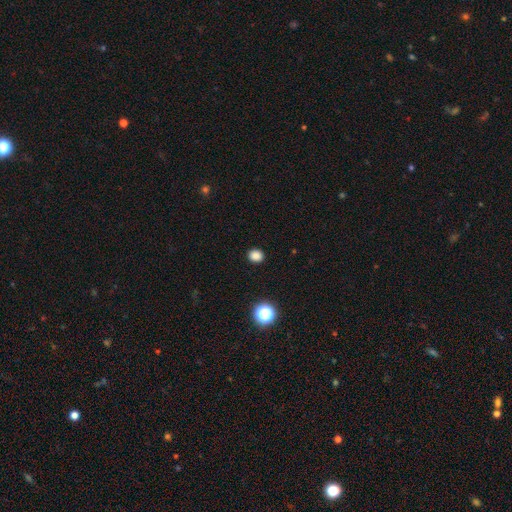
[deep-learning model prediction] smooth 84%, star or artifact 13%, featured or disk 3%. Down the decision tree: how rounded — round (71%); merging — none (91%).